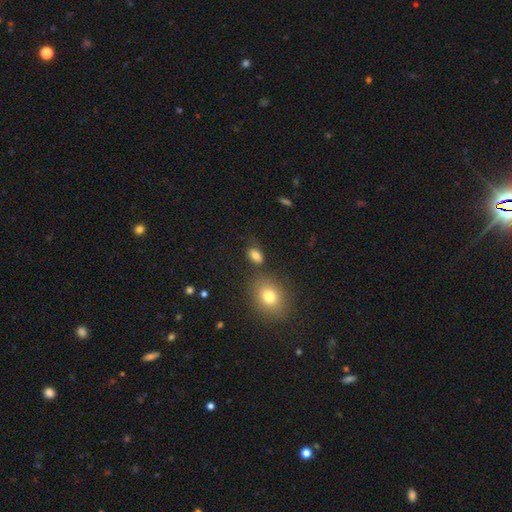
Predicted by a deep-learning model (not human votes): Smooth or featured: smooth — 81% (star or artifact — 11%)
How rounded: in between — 83% (round — 15%)
Merging: none — 71% (minor disturbance — 17%)